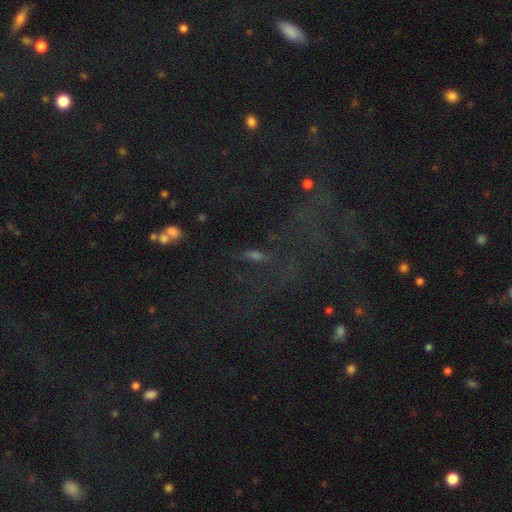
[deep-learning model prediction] Morphology: type=star or artifact (41%).